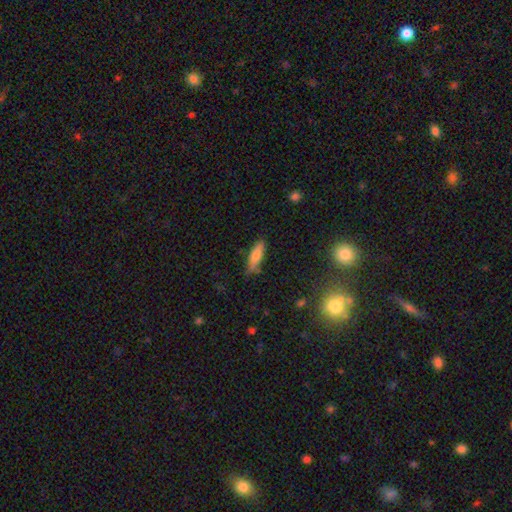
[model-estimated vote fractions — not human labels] Smooth or featured? smooth (73%)
How rounded? cigar-shaped (57%)
Merging? none (75%)